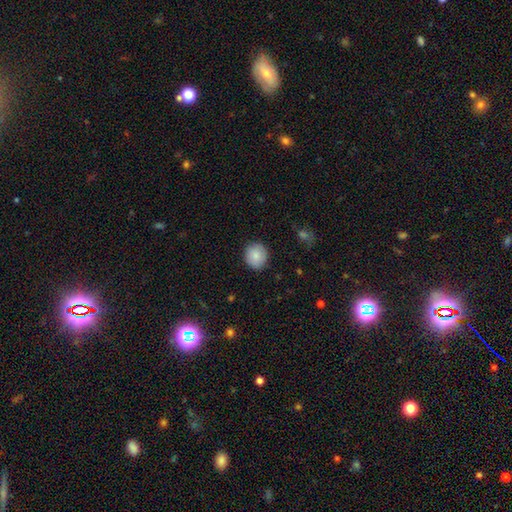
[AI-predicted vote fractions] This appears to be a smooth galaxy with no disk features (85%) that is round (83%). Merging: none (87%).